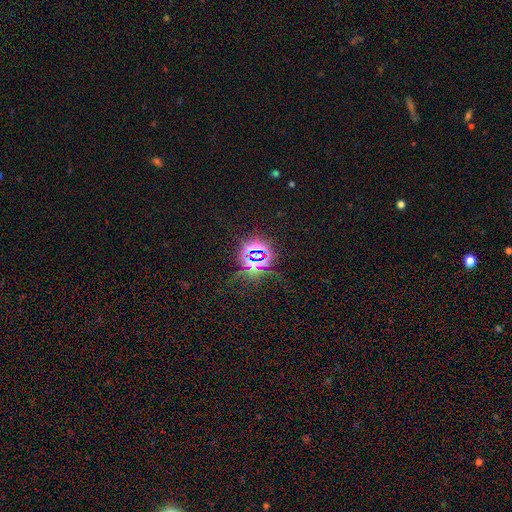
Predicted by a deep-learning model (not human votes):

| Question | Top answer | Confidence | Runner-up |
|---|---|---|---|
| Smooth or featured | star or artifact | 81% | smooth (11%) |